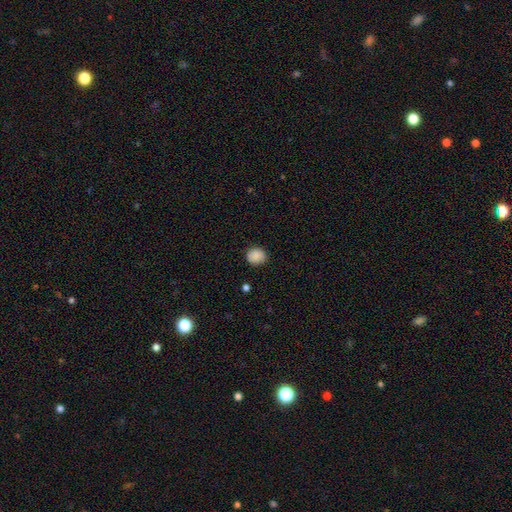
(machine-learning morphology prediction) This appears to be a smooth galaxy with no disk features (88%) that is round (77%). Merging: none (86%).